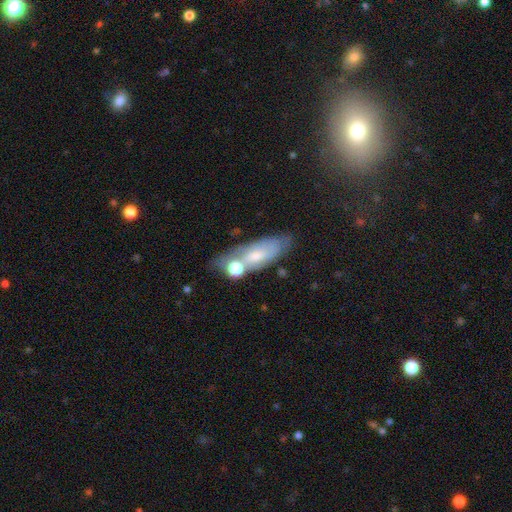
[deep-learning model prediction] Overall: smooth (50%; featured or disk 40%). How rounded: in between (67%; cigar-shaped 28%). Merging: none (48%; merger 22%).